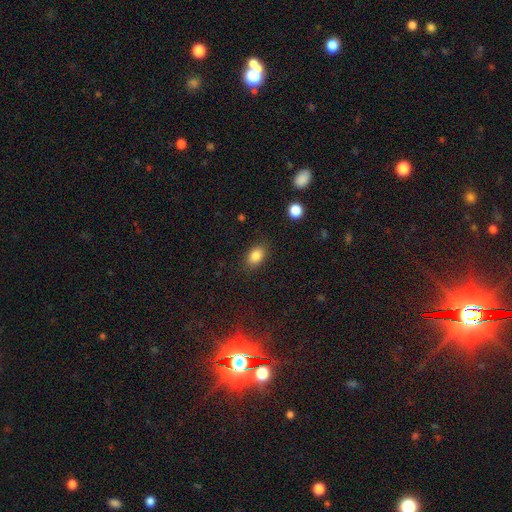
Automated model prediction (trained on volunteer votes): A smooth galaxy with no disk features (84%) that is in between round and cigar-shaped (82%). Merging: none (85%).